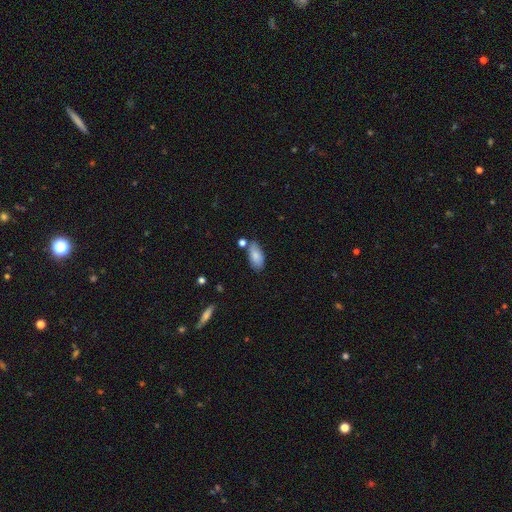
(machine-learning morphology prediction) type=smooth (83%); roundness=in between (90%); merging=none (70%).